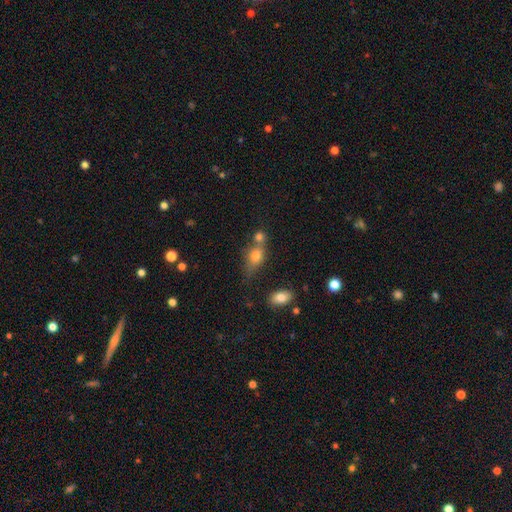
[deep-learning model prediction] This appears to be a smooth galaxy with no disk features (73%) that is in between round and cigar-shaped (63%). Merging: merger (41%).